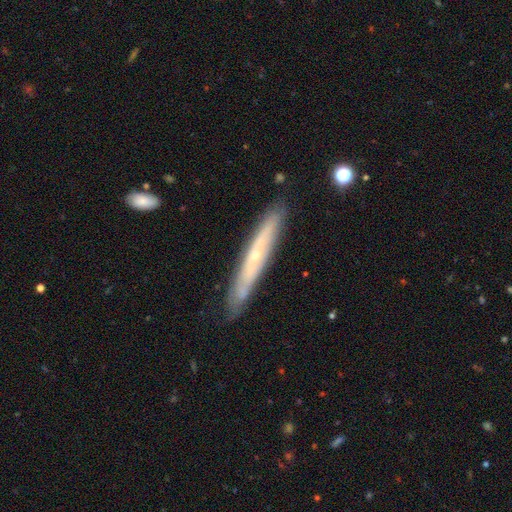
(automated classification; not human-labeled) featured or disk 65%, smooth 29%, star or artifact 6%. Down the decision tree: edge-on disk — yes (80%); edge-on bulge — rounded (50%); merging — none (83%).